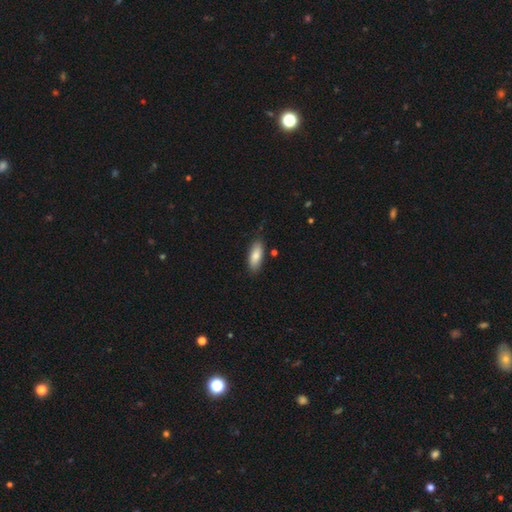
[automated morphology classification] Q: Smooth or featured?
A: smooth (81%); runner-up: featured or disk (12%)
Q: How rounded?
A: in between (75%); runner-up: cigar-shaped (23%)
Q: Merging?
A: none (82%); runner-up: minor disturbance (13%)